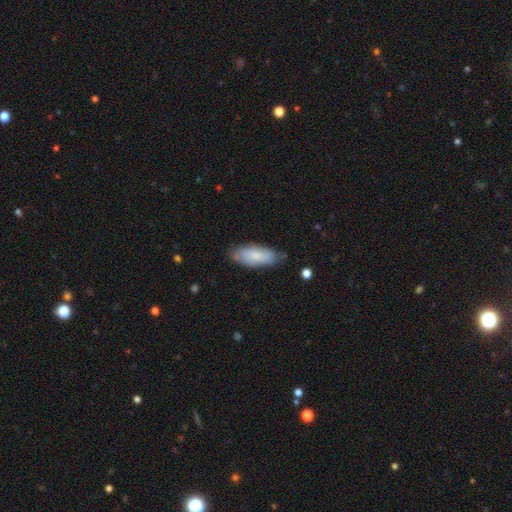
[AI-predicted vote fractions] smooth-or-featured: smooth: 72% | featured or disk: 22% | star or artifact: 6%
  how-rounded: in between: 77% | cigar-shaped: 21% | round: 2%
  merging: none: 75% | minor disturbance: 20% | major disturbance: 4% | merger: 2%